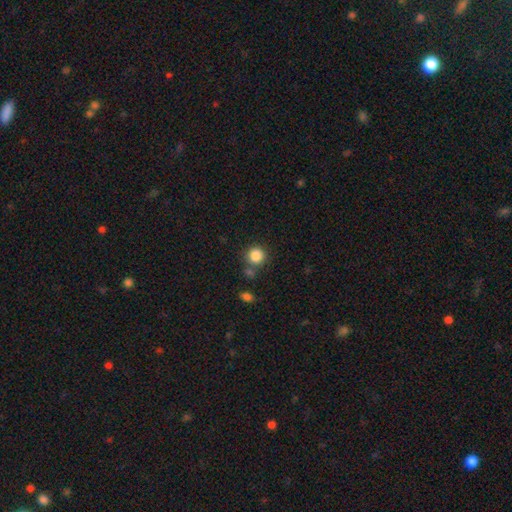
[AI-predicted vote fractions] A smooth galaxy with no disk features (85%) that is round (93%).

Vote fractions:
- Smooth or featured? smooth: 85% / star or artifact: 11% / featured or disk: 5%
- How rounded? round: 93% / in between: 6% / cigar-shaped: 1%
- Merging? none: 76% / merger: 11% / minor disturbance: 10% / major disturbance: 4%